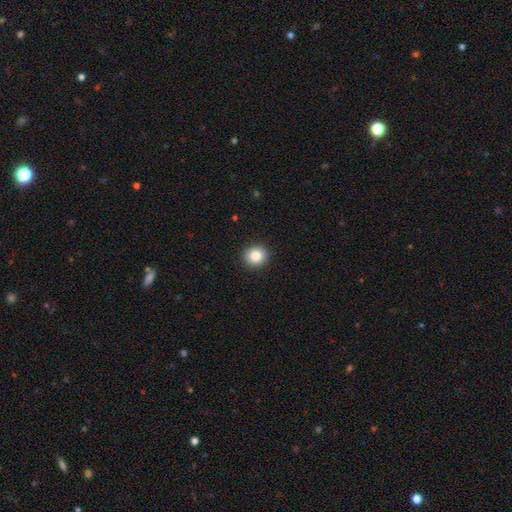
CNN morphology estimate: The model was most divided on "smooth or featured": smooth: 84%, star or artifact: 10%, featured or disk: 7%. More confident: merging — none (93%); how rounded — round (89%).